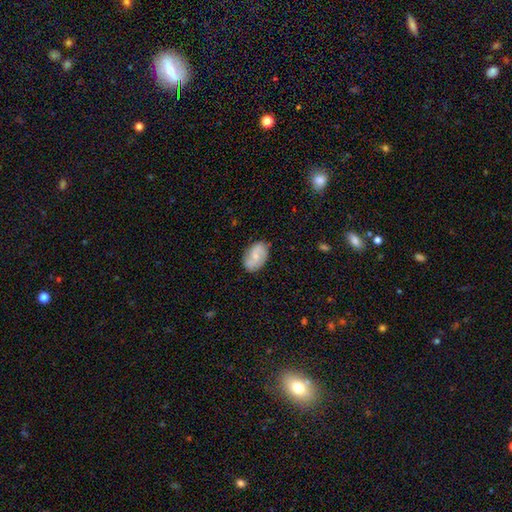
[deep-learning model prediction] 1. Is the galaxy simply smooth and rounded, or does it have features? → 50% featured or disk, 43% smooth, 7% star or artifact.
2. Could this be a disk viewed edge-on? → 96% no, 4% yes.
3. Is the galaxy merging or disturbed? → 78% none, 17% minor disturbance, 4% major disturbance, 1% merger.